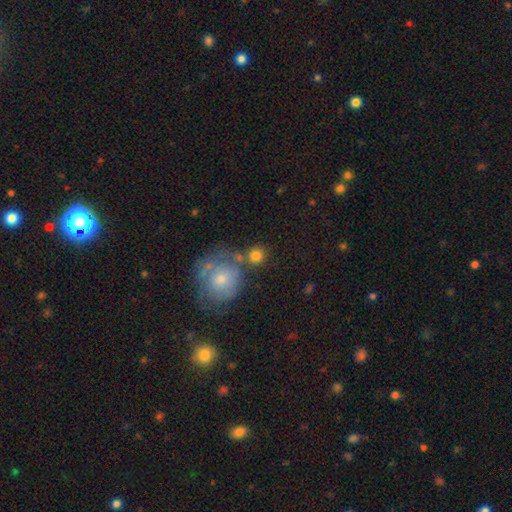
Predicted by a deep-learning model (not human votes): This is clearly a smooth galaxy (81%). How rounded: clearly round (90%). Merging: likely none (68%).